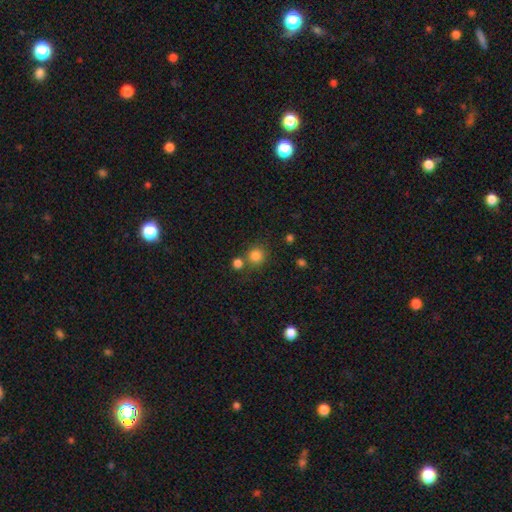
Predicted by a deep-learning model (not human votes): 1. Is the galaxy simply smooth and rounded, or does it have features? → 83% smooth, 12% star or artifact, 5% featured or disk.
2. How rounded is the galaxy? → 90% round, 9% in between, 1% cigar-shaped.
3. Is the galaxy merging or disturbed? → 70% none, 18% merger, 9% minor disturbance, 3% major disturbance.